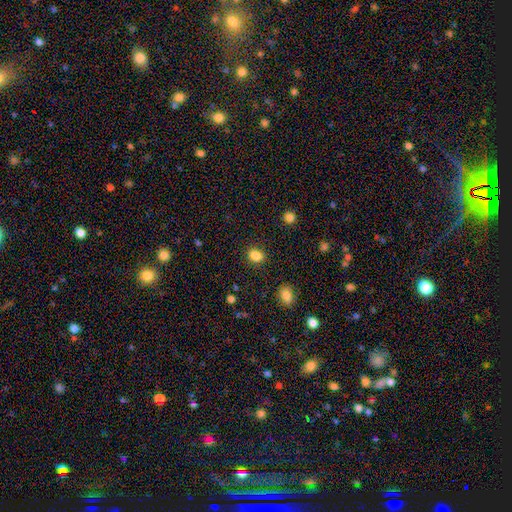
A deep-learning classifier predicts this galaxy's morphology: This appears to be a smooth galaxy with no disk features (86%) that is in between round and cigar-shaped (61%). Merging: none (87%).